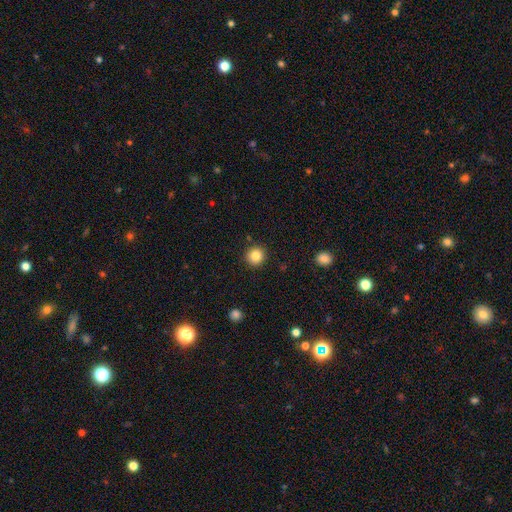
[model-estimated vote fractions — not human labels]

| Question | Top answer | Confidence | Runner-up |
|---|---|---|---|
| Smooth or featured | smooth | 85% | star or artifact (10%) |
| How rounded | round | 94% | in between (5%) |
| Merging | none | 90% | minor disturbance (6%) |